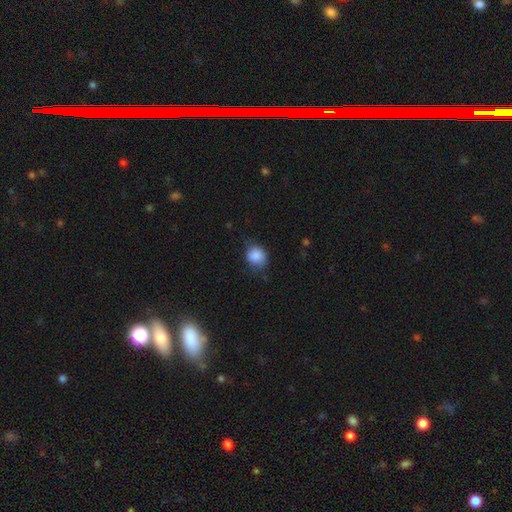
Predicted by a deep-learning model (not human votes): smooth 85%, star or artifact 8%, featured or disk 7%. Down the decision tree: how rounded — round (69%); merging — none (65%).